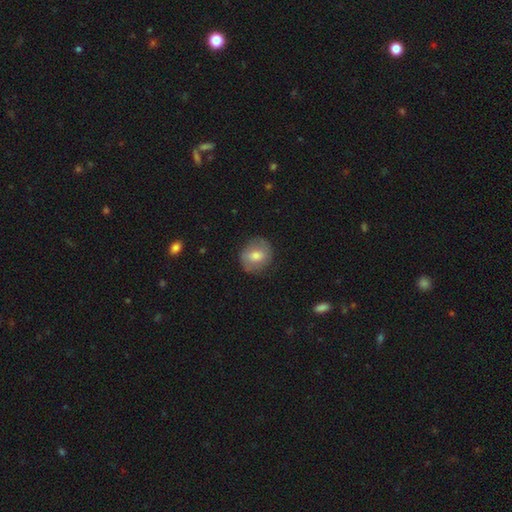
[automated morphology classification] smooth-or-featured: smooth: 58% | featured or disk: 34% | star or artifact: 8%
  how-rounded: round: 75% | in between: 23% | cigar-shaped: 1%
  merging: none: 81% | minor disturbance: 14% | major disturbance: 5% | merger: 1%